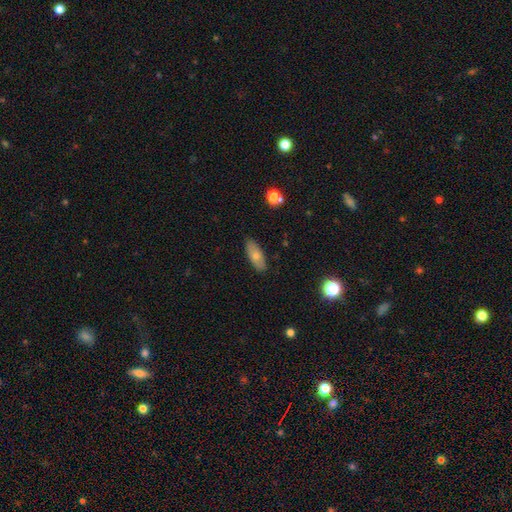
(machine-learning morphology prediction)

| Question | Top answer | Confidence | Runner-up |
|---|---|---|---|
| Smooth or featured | smooth | 71% | featured or disk (22%) |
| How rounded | in between | 77% | cigar-shaped (19%) |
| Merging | none | 86% | minor disturbance (11%) |